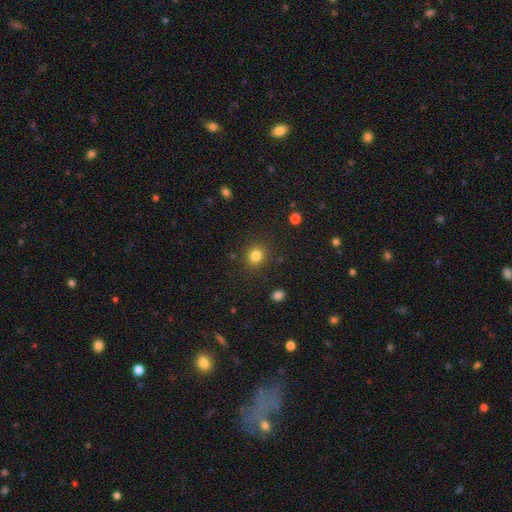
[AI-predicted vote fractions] smooth-or-featured: smooth: 83% | star or artifact: 12% | featured or disk: 5%
  how-rounded: round: 81% | in between: 18% | cigar-shaped: 1%
  merging: none: 86% | minor disturbance: 9% | major disturbance: 3% | merger: 2%